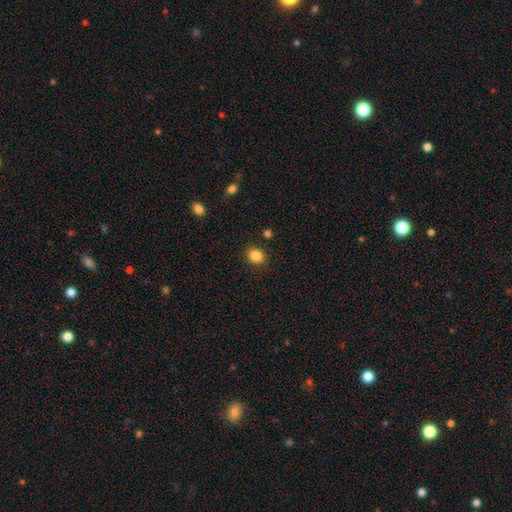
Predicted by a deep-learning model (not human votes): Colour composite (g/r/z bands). It shows a smooth galaxy with no disk features (85%) that is round (59%). Merging: none (88%).